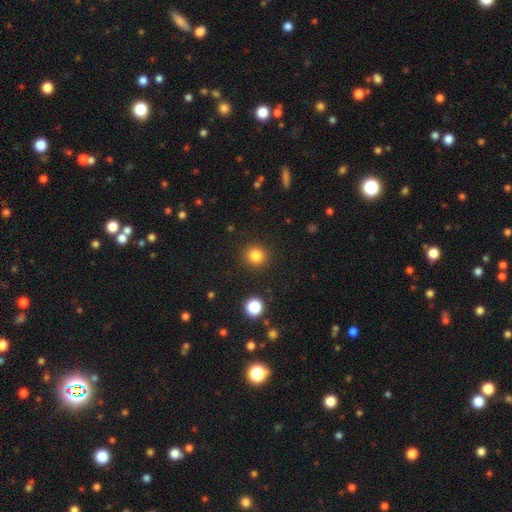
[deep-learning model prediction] smooth-or-featured: smooth: 82% | star or artifact: 13% | featured or disk: 5%
  how-rounded: round: 91% | in between: 8% | cigar-shaped: 1%
  merging: none: 91% | minor disturbance: 6% | major disturbance: 2% | merger: 1%